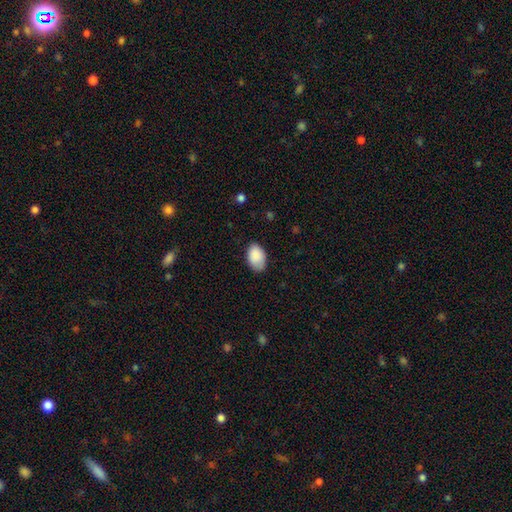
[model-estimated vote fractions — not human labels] Smooth or featured: smooth — 89% (star or artifact — 7%)
How rounded: in between — 91% (round — 8%)
Merging: none — 77% (minor disturbance — 19%)